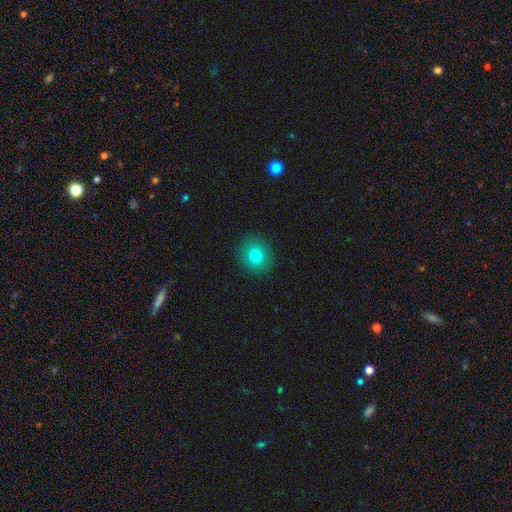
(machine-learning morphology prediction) Smooth or featured? smooth (78%)
How rounded? round (82%)
Merging? none (90%)